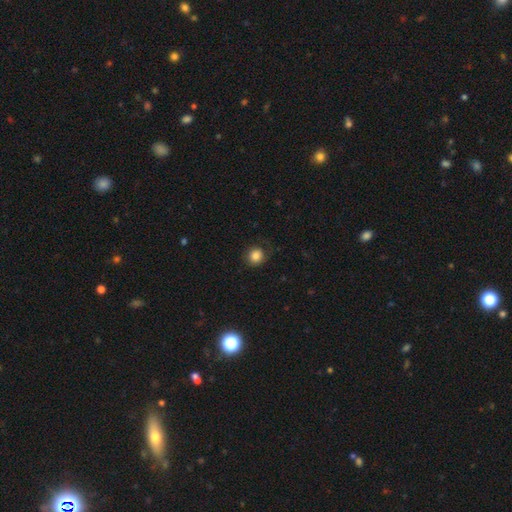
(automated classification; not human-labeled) Overall: smooth (84%). How rounded: round (88%). Merging: none (79%).